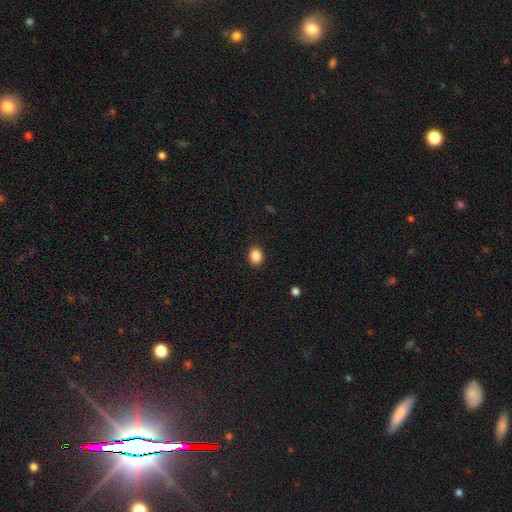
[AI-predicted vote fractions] smooth 87%, star or artifact 9%, featured or disk 4%. Down the decision tree: how rounded — in between (56%); merging — none (90%).